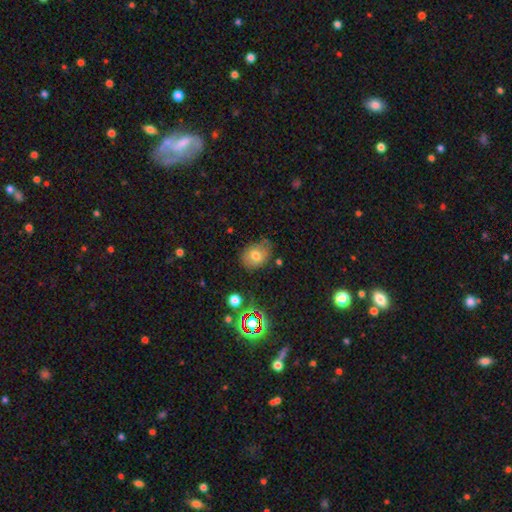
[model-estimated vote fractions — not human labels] Smooth or featured: smooth — 69% (featured or disk — 17%)
How rounded: in between — 54% (round — 45%)
Merging: none — 67% (minor disturbance — 23%)